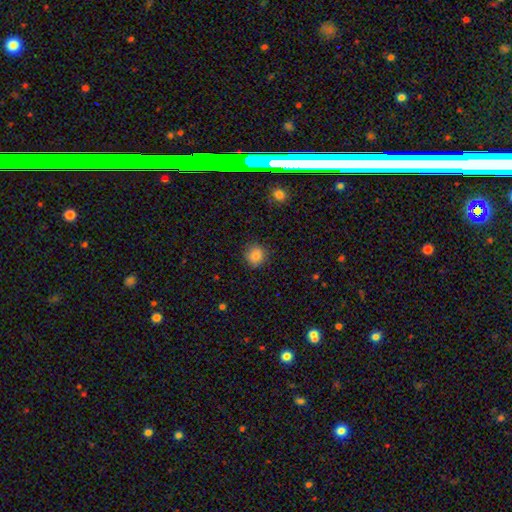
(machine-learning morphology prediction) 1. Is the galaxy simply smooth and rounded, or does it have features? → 84% smooth, 10% star or artifact, 6% featured or disk.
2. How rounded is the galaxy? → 91% round, 8% in between, 1% cigar-shaped.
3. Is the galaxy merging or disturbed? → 89% none, 8% minor disturbance, 2% major disturbance, 1% merger.